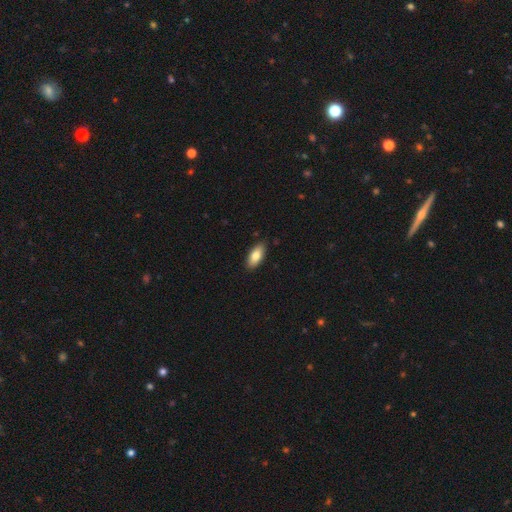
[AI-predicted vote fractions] Morphology: type=smooth (80%); roundness=in between (87%); merging=none (88%).